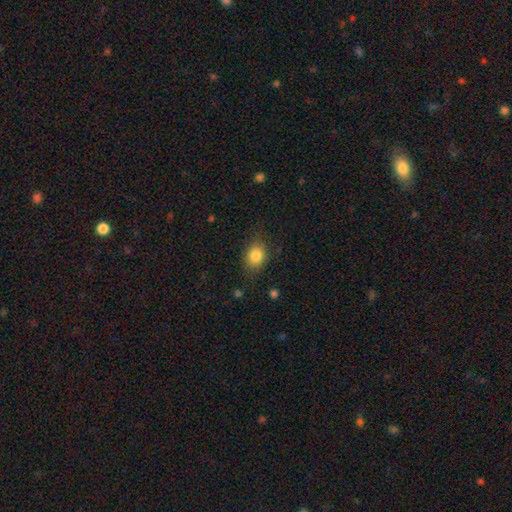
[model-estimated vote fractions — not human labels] Smooth or featured? smooth (84%)
How rounded? in between (50%)
Merging? none (77%)